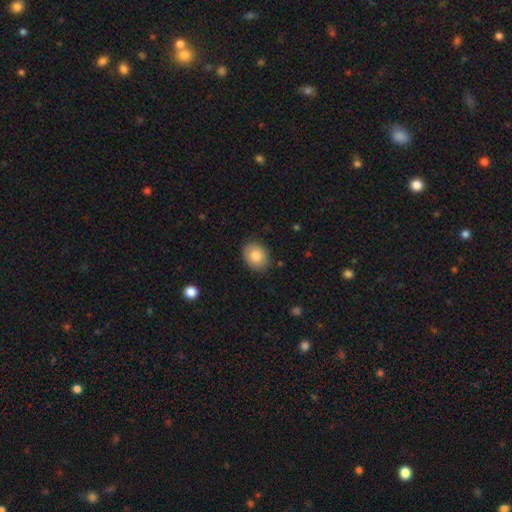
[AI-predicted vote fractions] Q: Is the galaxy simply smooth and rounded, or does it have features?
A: smooth — 82%.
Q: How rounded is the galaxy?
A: in between — 57%.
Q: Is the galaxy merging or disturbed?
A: none — 85%.